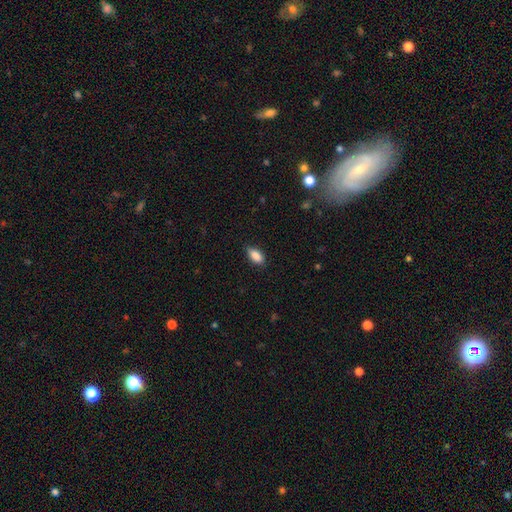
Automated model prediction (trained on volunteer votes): A smooth galaxy with no disk features (87%) that is in between round and cigar-shaped (89%).

Vote fractions:
- Smooth or featured? smooth: 87% / star or artifact: 7% / featured or disk: 6%
- How rounded? in between: 89% / cigar-shaped: 8% / round: 4%
- Merging? none: 81% / minor disturbance: 15% / major disturbance: 3% / merger: 1%